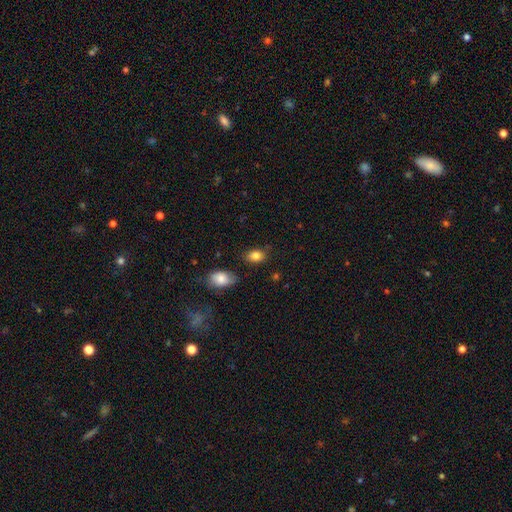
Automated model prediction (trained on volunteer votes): smooth-or-featured: smooth: 84% | star or artifact: 9% | featured or disk: 7%
  how-rounded: in between: 80% | round: 19% | cigar-shaped: 1%
  merging: none: 77% | minor disturbance: 16% | major disturbance: 3% | merger: 3%